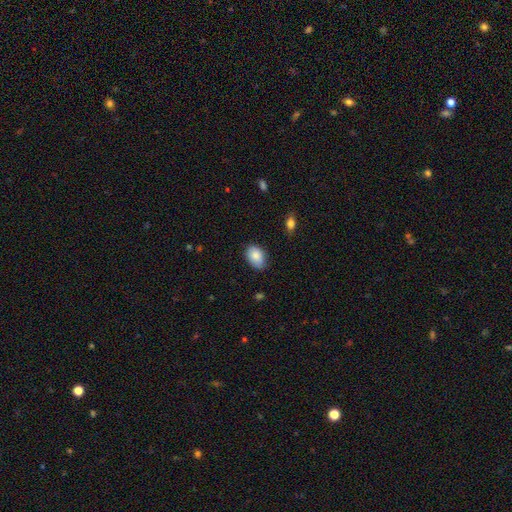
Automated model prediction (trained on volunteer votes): smooth-or-featured: smooth: 85% | featured or disk: 8% | star or artifact: 7%
  how-rounded: in between: 83% | round: 16% | cigar-shaped: 1%
  merging: none: 77% | minor disturbance: 19% | major disturbance: 3% | merger: 1%